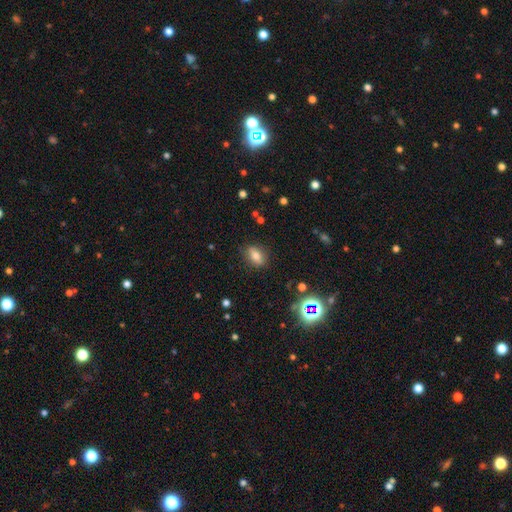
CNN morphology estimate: smooth 72%, featured or disk 16%, star or artifact 12%. Down the decision tree: how rounded — in between (76%); merging — none (83%).